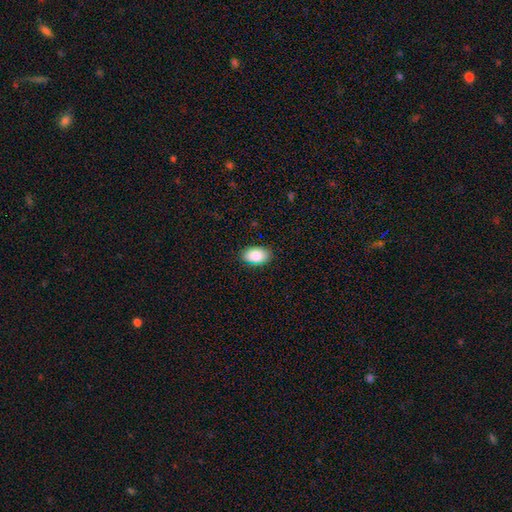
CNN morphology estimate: smooth_or_featured: smooth (p=0.87) [alt: star or artifact p=0.07]
how_rounded: in between (p=0.91) [alt: round p=0.08]
merging: none (p=0.87) [alt: minor disturbance p=0.10]